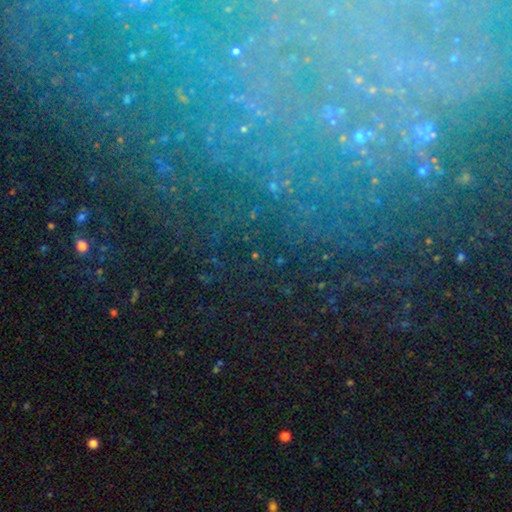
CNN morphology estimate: type=star or artifact (67%).